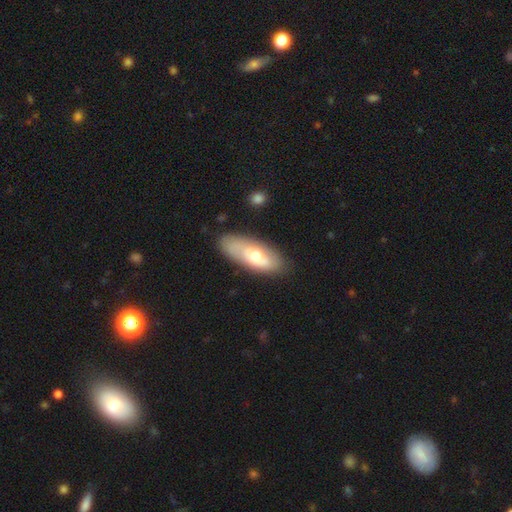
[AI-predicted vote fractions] This appears to be a smooth galaxy with no disk features (55%) that is in between round and cigar-shaped (74%). Merging: none (78%).